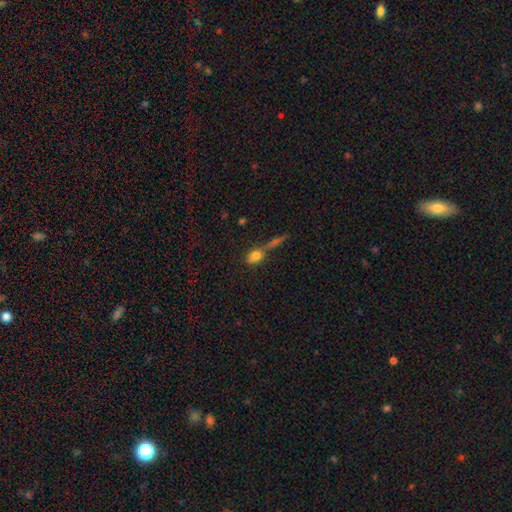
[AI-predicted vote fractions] This appears to be a smooth galaxy with no disk features (71%) that is in between round and cigar-shaped (56%). Merging: none (42%).